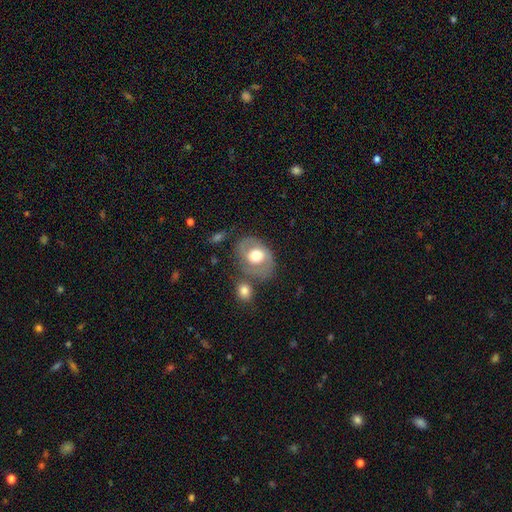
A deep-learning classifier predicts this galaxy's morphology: featured or disk 52%, smooth 41%, star or artifact 7%. Down the decision tree: edge-on disk — no (95%); merging — none (60%).